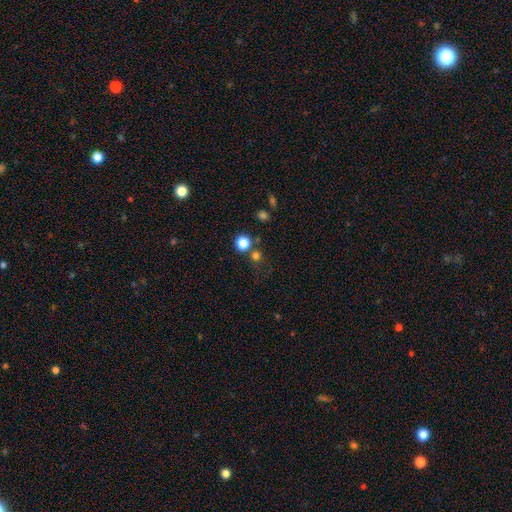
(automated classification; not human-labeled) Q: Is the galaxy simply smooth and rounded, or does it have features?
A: smooth — 73%.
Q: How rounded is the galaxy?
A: round — 92%.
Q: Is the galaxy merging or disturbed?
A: none — 71%.